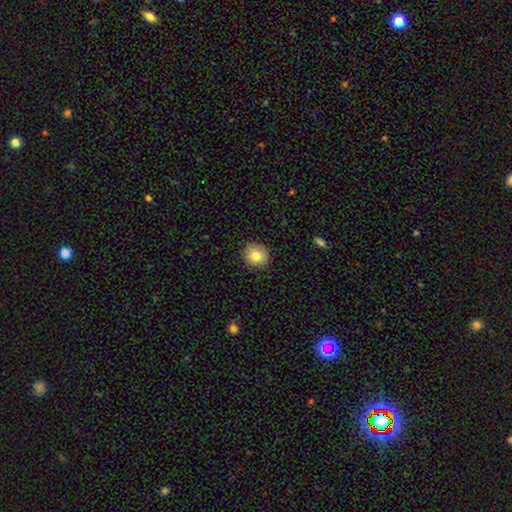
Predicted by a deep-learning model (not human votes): Morphology: type=smooth (82%); roundness=round (86%); merging=none (88%).